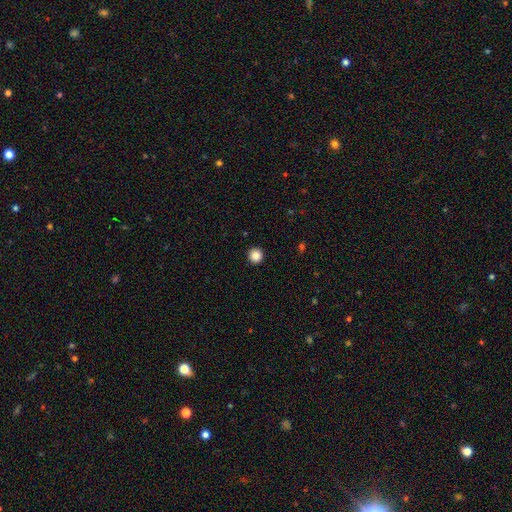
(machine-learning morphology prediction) The model was most divided on "smooth or featured": smooth: 87%, star or artifact: 10%, featured or disk: 3%. More confident: how rounded — round (96%); merging — none (94%).